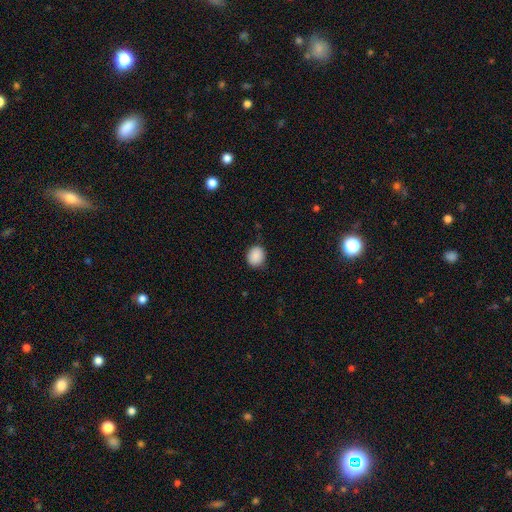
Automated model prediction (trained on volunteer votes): Smooth or featured: smooth — 89% (star or artifact — 8%)
How rounded: round — 71% (in between — 28%)
Merging: none — 83% (minor disturbance — 13%)